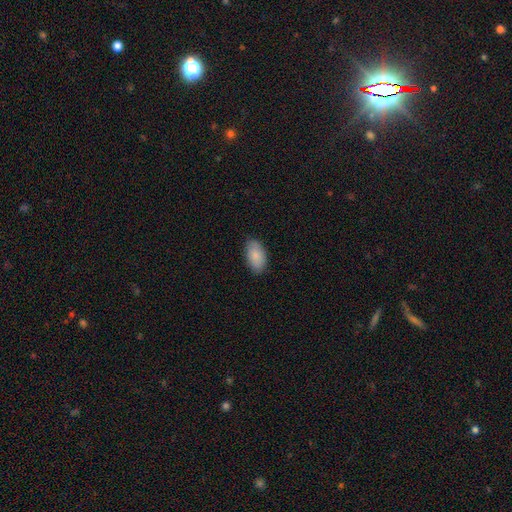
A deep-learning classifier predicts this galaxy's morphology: Overall: smooth (86%). How rounded: in between (95%). Merging: none (85%).